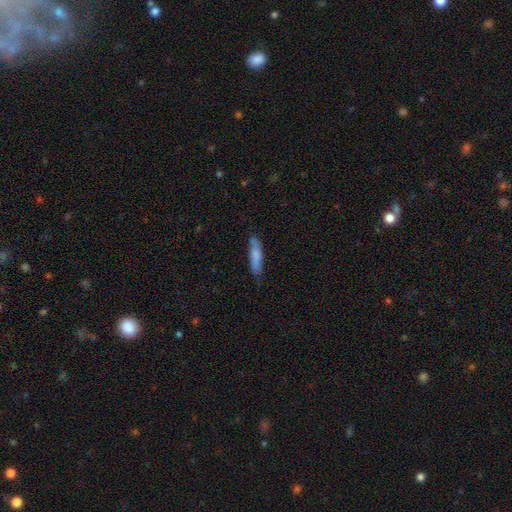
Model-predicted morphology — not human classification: The model was most divided on "how rounded": cigar-shaped: 77%, in between: 22%, round: 1%. More confident: smooth or featured — smooth (77%); merging — none (77%).